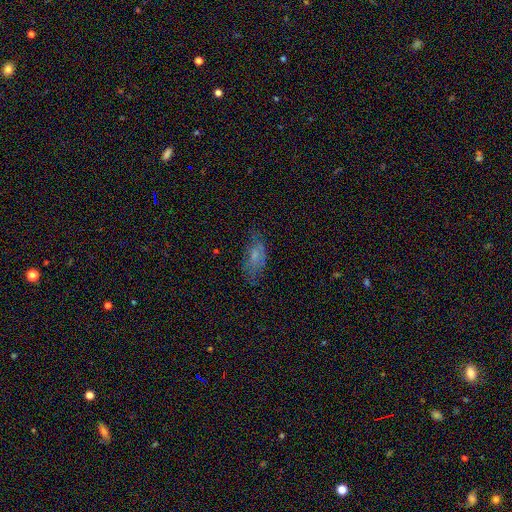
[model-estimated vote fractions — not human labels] Smooth or featured: smooth — 61% (featured or disk — 26%)
How rounded: in between — 84% (cigar-shaped — 13%)
Merging: none — 63% (minor disturbance — 24%)